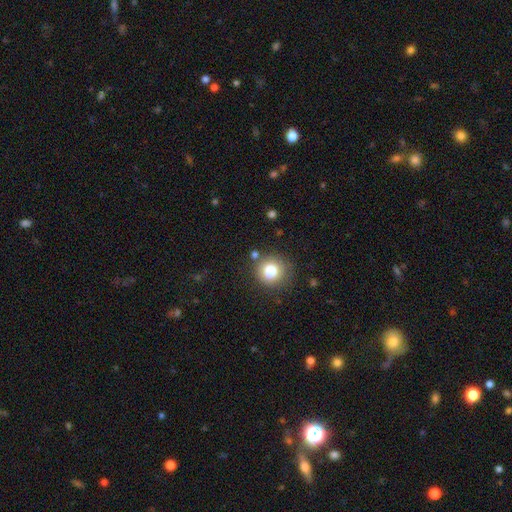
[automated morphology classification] The model was most divided on "smooth or featured": smooth: 76%, star or artifact: 15%, featured or disk: 9%. More confident: how rounded — round (94%); merging — none (87%).